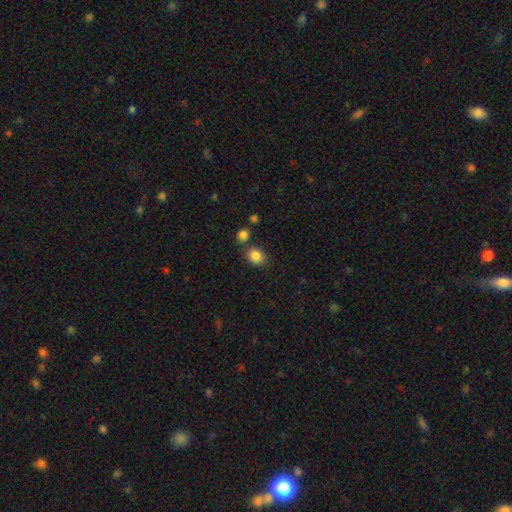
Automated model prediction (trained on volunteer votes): smooth-or-featured: smooth: 85% | star or artifact: 10% | featured or disk: 5%
  how-rounded: round: 55% | in between: 44% | cigar-shaped: 1%
  merging: none: 72% | minor disturbance: 12% | merger: 12% | major disturbance: 4%